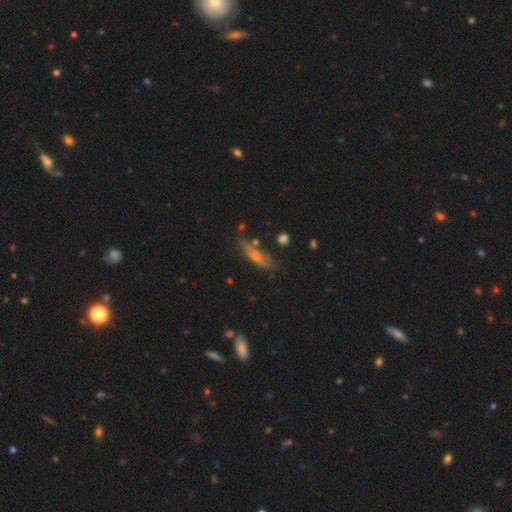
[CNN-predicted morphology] A smooth galaxy with no disk features (54%) that is cigar-shaped (70%).

Vote fractions:
- Smooth or featured? smooth: 54% / featured or disk: 36% / star or artifact: 10%
- How rounded? cigar-shaped: 70% / in between: 27% / round: 3%
- Merging? none: 61% / minor disturbance: 24% / major disturbance: 8% / merger: 7%